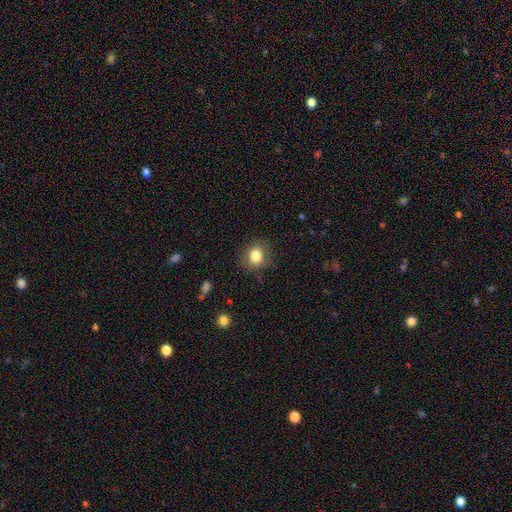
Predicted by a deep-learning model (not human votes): This is clearly a smooth galaxy (82%). How rounded: possibly round (56%). Merging: likely none (78%).